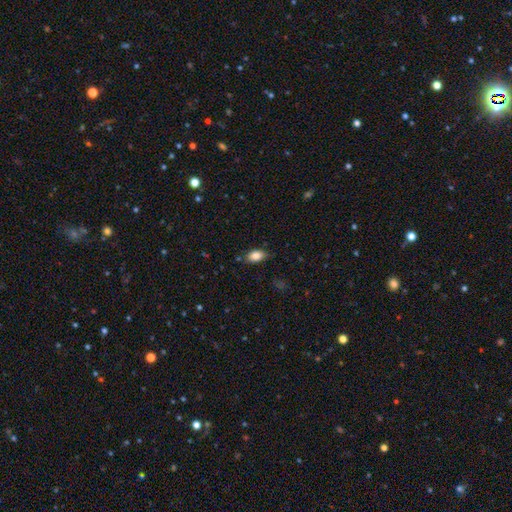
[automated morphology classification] Overall: smooth (85%). How rounded: in between (90%). Merging: none (81%).